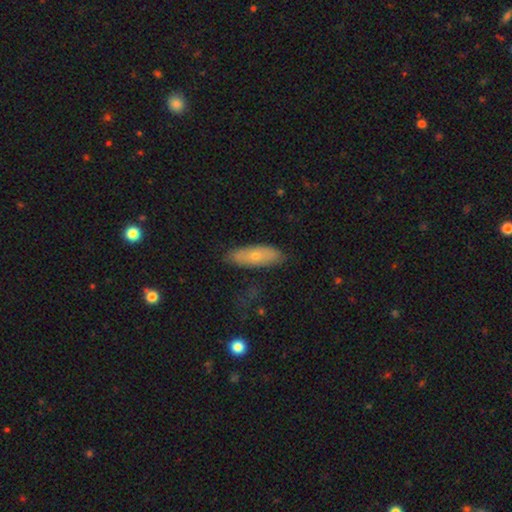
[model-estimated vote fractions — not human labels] Smooth or featured: smooth — 57% (featured or disk — 36%)
How rounded: in between — 54% (cigar-shaped — 43%)
Merging: none — 81% (minor disturbance — 15%)